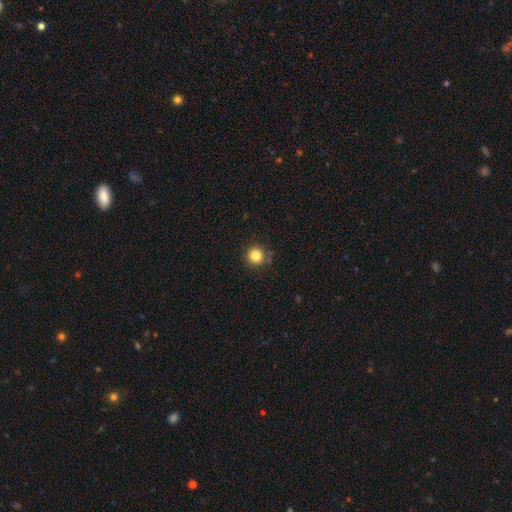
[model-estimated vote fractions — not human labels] smooth-or-featured: smooth: 84% | star or artifact: 11% | featured or disk: 5%
  how-rounded: round: 95% | in between: 4% | cigar-shaped: 1%
  merging: none: 86% | minor disturbance: 9% | merger: 3% | major disturbance: 2%